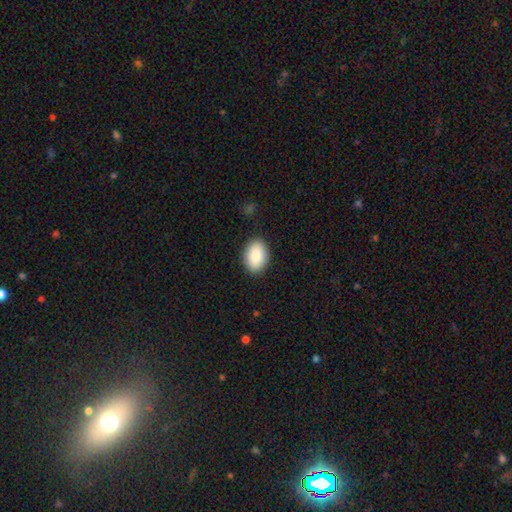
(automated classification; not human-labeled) Morphology: type=smooth (89%); roundness=in between (89%); merging=none (89%).